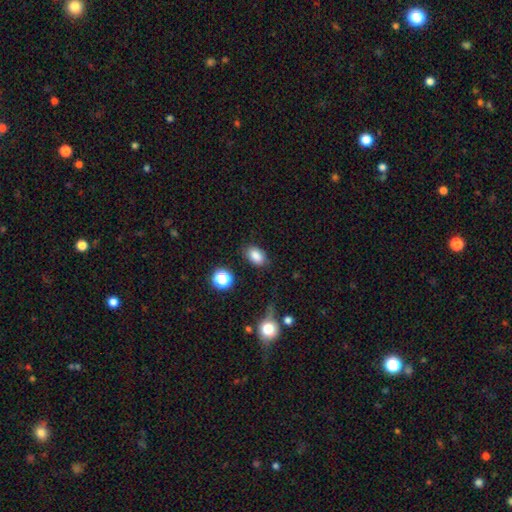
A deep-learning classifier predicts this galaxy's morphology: smooth-or-featured: smooth: 84% | star or artifact: 11% | featured or disk: 5%
  how-rounded: in between: 85% | round: 14% | cigar-shaped: 2%
  merging: none: 82% | minor disturbance: 12% | major disturbance: 4% | merger: 2%